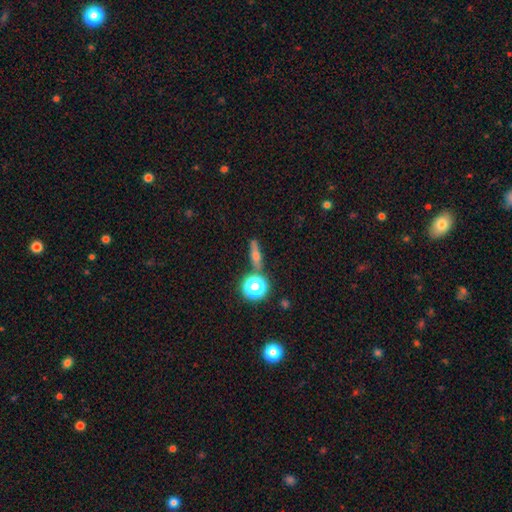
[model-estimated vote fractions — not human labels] Smooth or featured? featured or disk (43%)
Merging? none (78%)